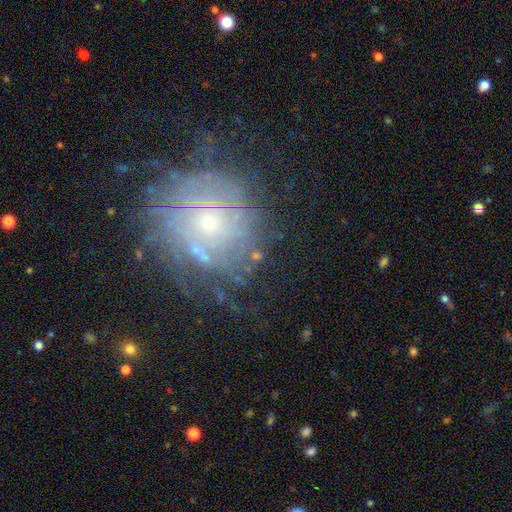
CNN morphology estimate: This appears to be a featured or disk galaxy (57%) with no bar (78%), spiral arms (67%) and a small central bulge (43%, tied with moderate). Merging: none (64%).